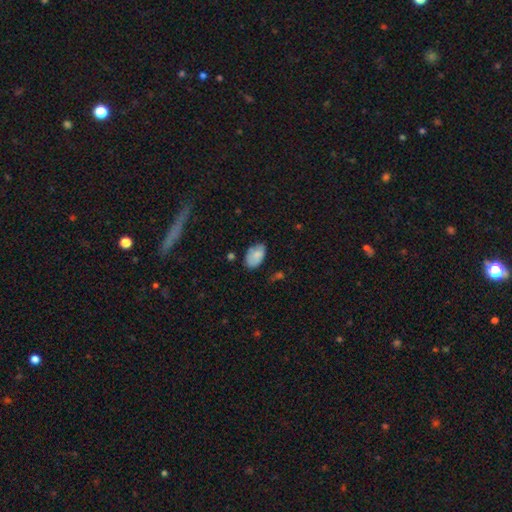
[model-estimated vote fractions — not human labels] smooth 79%, featured or disk 13%, star or artifact 8%. Down the decision tree: how rounded — in between (92%); merging — none (61%).